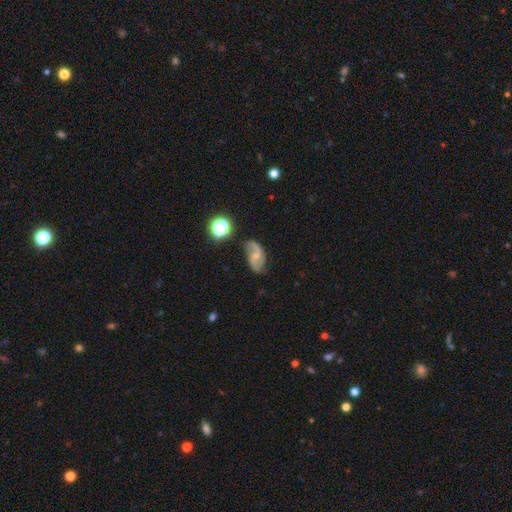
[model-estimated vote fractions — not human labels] Smooth or featured? Predicted: featured or disk (p=0.76). Edge-on disk? Predicted: no (p=0.97). Bar? Predicted: no (p=0.50). Spiral arms? Predicted: yes (p=0.94). Spiral winding? Predicted: loose (p=0.52). Spiral arm count? Predicted: 2 (p=0.88). Bulge size? Predicted: small (p=0.60). Merging? Predicted: none (p=0.67).